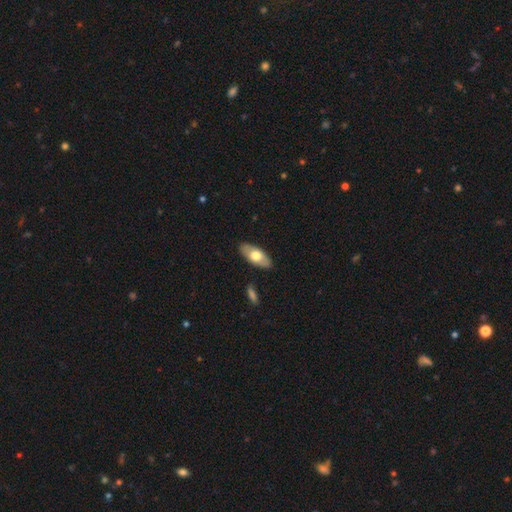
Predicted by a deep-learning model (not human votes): Smooth or featured? Predicted: smooth (p=0.63). How rounded? Predicted: in between (p=0.89). Merging? Predicted: none (p=0.87).